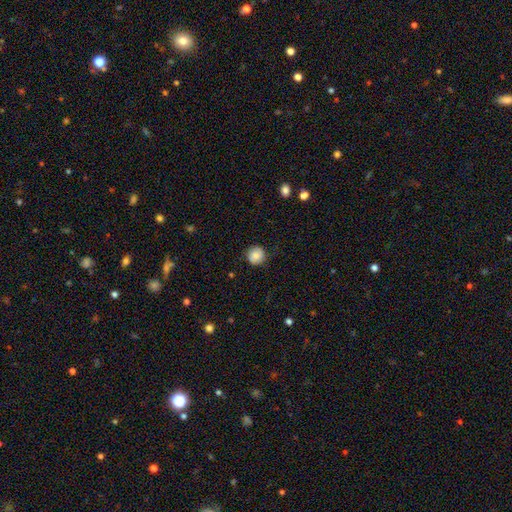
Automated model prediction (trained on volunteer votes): Morphology: type=smooth (81%); roundness=round (92%); merging=none (83%).